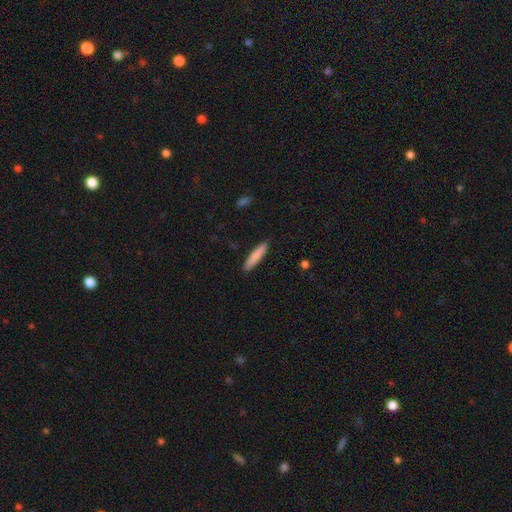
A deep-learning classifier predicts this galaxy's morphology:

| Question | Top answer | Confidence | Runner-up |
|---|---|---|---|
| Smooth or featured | smooth | 83% | featured or disk (12%) |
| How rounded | cigar-shaped | 90% | in between (9%) |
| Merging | none | 90% | minor disturbance (8%) |